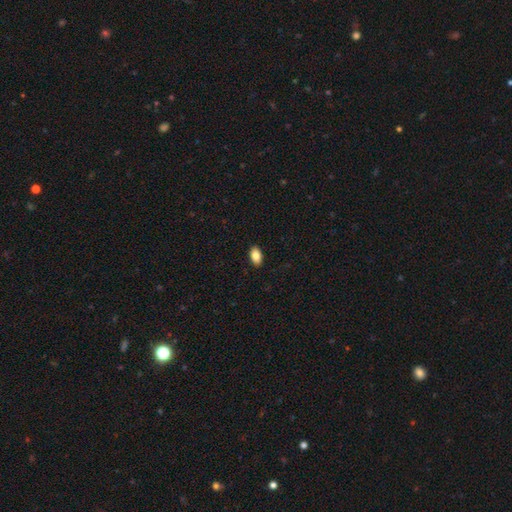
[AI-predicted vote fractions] smooth_or_featured: smooth (p=0.84) [alt: featured or disk p=0.09]
how_rounded: in between (p=0.93) [alt: round p=0.05]
merging: none (p=0.90) [alt: minor disturbance p=0.07]